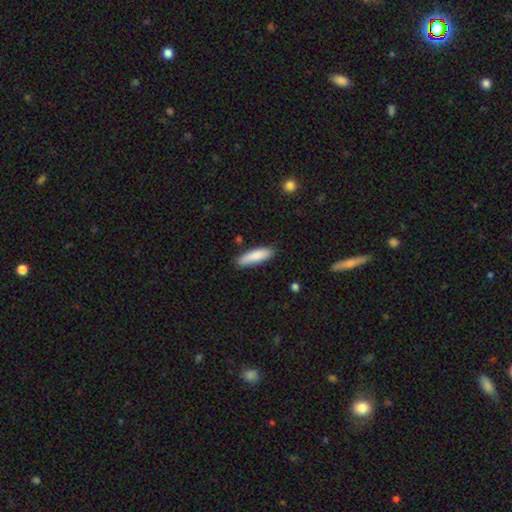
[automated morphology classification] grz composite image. It shows a smooth galaxy with no disk features (85%) that is cigar-shaped (63%). Merging: none (83%).